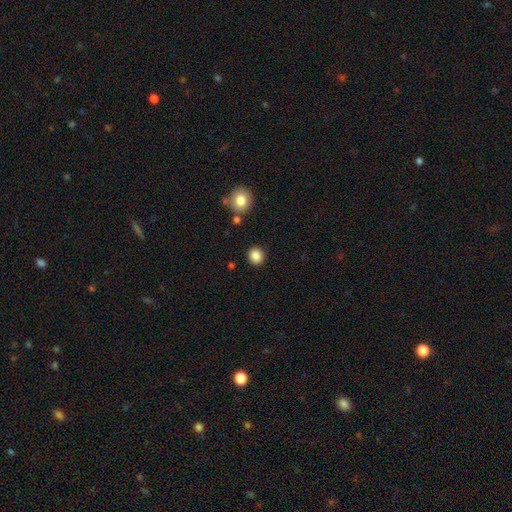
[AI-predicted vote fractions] Morphology: type=smooth (86%); roundness=round (80%); merging=none (88%).